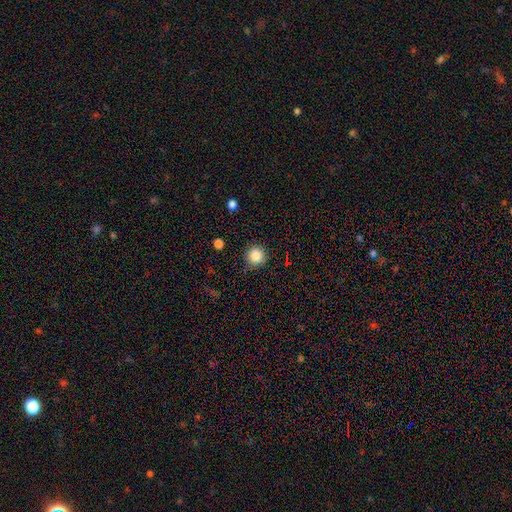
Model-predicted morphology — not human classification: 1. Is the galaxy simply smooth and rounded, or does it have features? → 85% smooth, 11% star or artifact, 4% featured or disk.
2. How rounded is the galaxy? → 95% round, 4% in between, 1% cigar-shaped.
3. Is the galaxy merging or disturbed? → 88% none, 8% minor disturbance, 2% major disturbance, 1% merger.